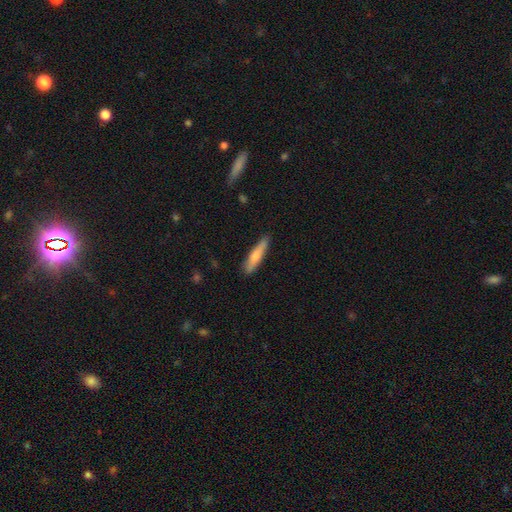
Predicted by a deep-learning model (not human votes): Smooth or featured? smooth (70%)
How rounded? cigar-shaped (84%)
Merging? none (84%)